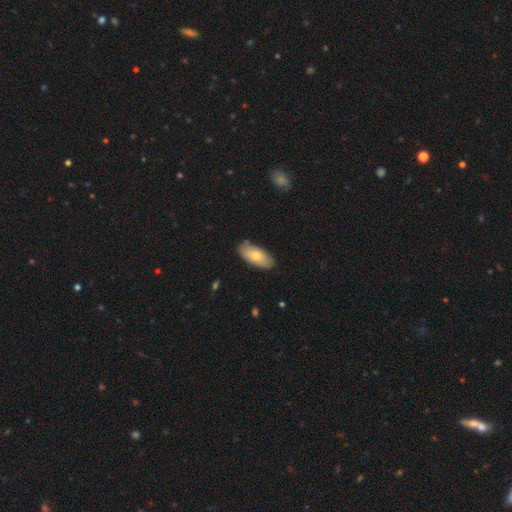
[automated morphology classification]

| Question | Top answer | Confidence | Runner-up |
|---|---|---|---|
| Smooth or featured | smooth | 75% | featured or disk (20%) |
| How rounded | in between | 90% | cigar-shaped (8%) |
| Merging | none | 83% | minor disturbance (13%) |